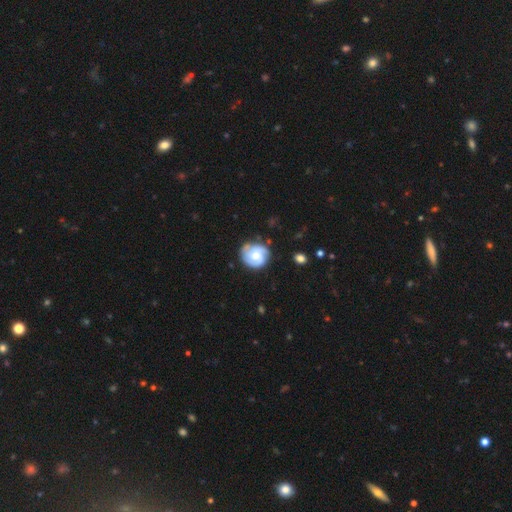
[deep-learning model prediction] smooth_or_featured: featured or disk (p=0.57) [alt: smooth p=0.37]
disk_edge_on: no (p=0.98) [alt: yes p=0.02]
bar: no (p=0.74) [alt: weak p=0.23]
has_spiral_arms: yes (p=0.85) [alt: no p=0.15]
bulge_size: moderate (p=0.65) [alt: small p=0.27]
merging: none (p=0.68) [alt: minor disturbance p=0.23]